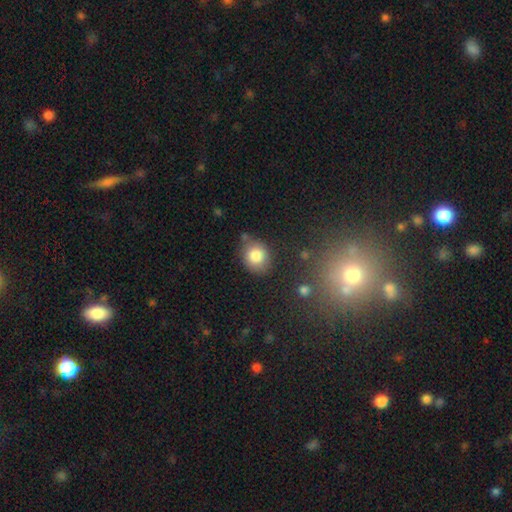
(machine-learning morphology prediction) Smooth or featured? smooth (83%)
How rounded? round (66%)
Merging? none (72%)